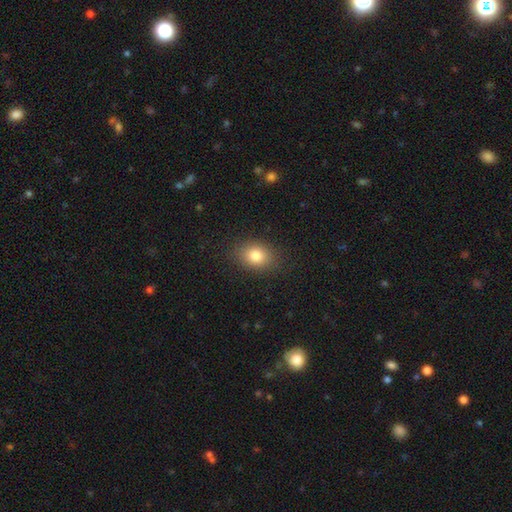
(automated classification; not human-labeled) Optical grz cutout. It shows a smooth galaxy with no disk features (82%) that is in between round and cigar-shaped (64%). Merging: none (86%).